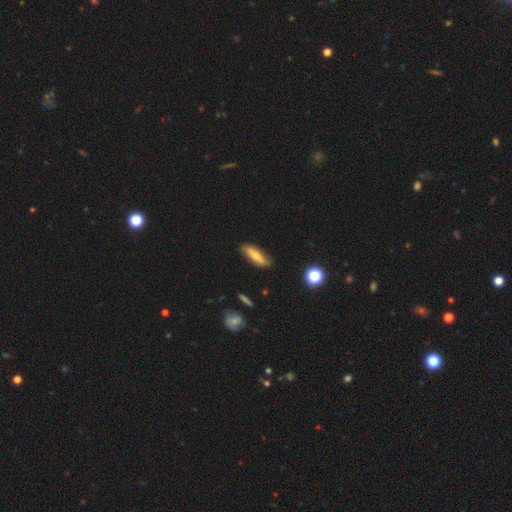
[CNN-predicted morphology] This is possibly a smooth galaxy (59%). How rounded: possibly cigar-shaped (57%). Merging: clearly none (81%).